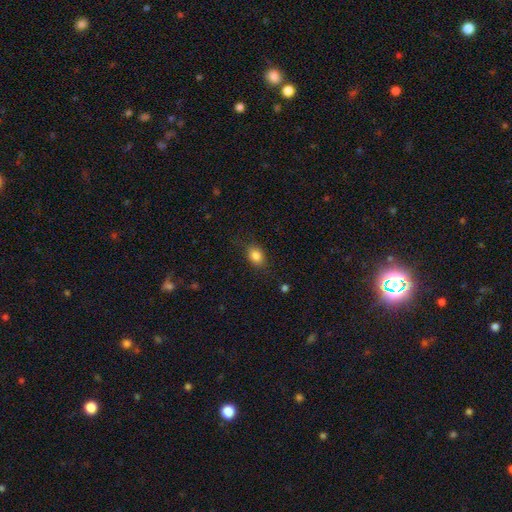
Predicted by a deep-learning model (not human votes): smooth_or_featured: smooth (p=0.84) [alt: star or artifact p=0.10]
how_rounded: in between (p=0.65) [alt: round p=0.34]
merging: none (p=0.80) [alt: minor disturbance p=0.14]